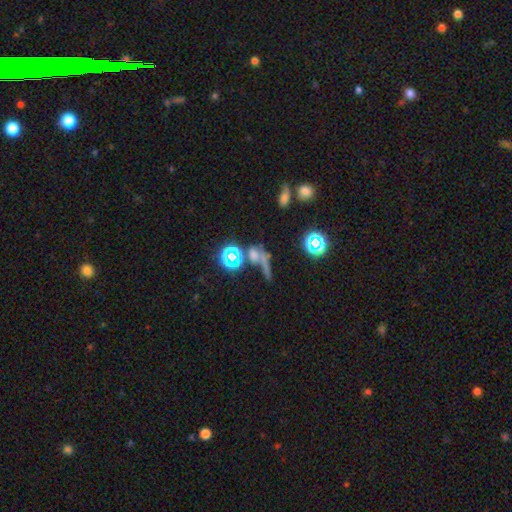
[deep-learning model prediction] smooth_or_featured: smooth (p=0.44) [alt: star or artifact p=0.36]
merging: none (p=0.34) [alt: merger p=0.31]